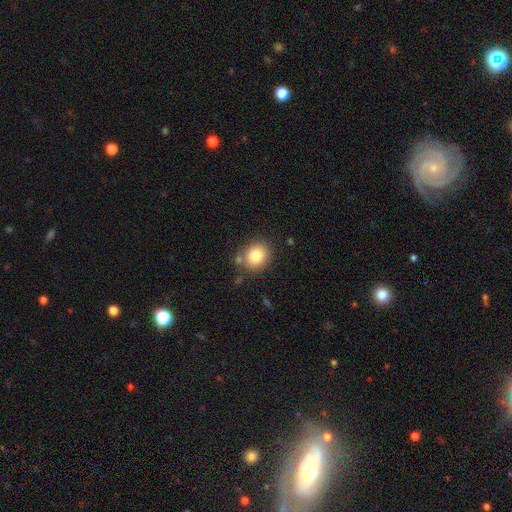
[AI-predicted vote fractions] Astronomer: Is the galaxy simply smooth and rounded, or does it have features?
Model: smooth — 82%.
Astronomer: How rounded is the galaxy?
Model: round — 71%.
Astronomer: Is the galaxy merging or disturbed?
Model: none — 74%.